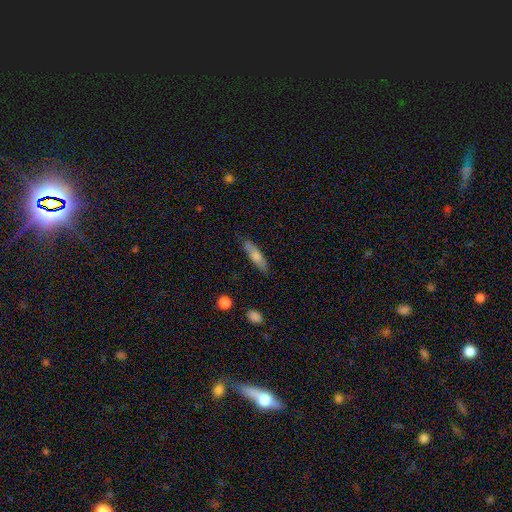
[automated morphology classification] A smooth galaxy with no disk features (71%) that is cigar-shaped (69%).

Vote fractions:
- Smooth or featured? smooth: 71% / featured or disk: 23% / star or artifact: 6%
- How rounded? cigar-shaped: 69% / in between: 30% / round: 2%
- Merging? none: 84% / minor disturbance: 12% / major disturbance: 3% / merger: 2%